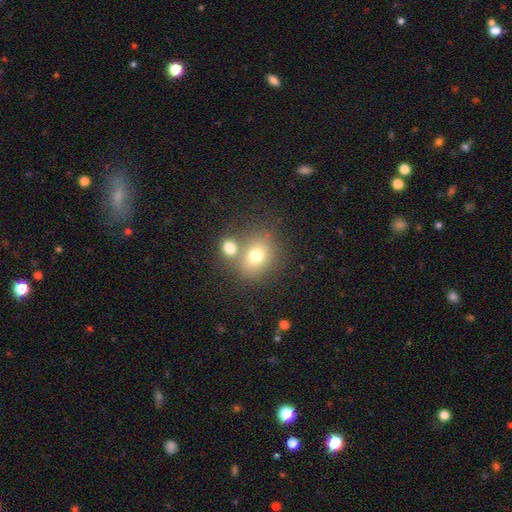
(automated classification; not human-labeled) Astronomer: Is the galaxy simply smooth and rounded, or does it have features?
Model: smooth — 73%.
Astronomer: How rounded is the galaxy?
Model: round — 62% (runner-up: in between, 37%).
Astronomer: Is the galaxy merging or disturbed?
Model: none — 53% (runner-up: merger, 33%).